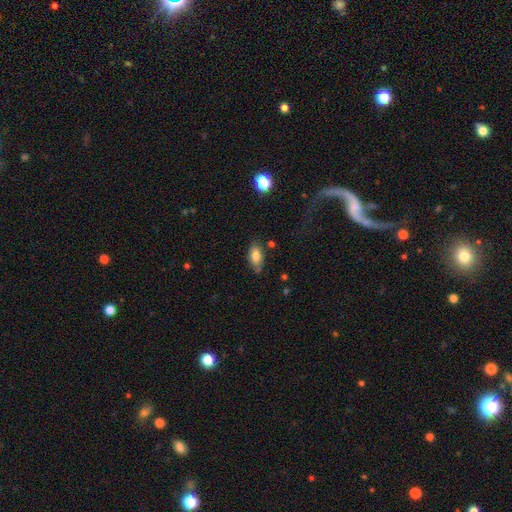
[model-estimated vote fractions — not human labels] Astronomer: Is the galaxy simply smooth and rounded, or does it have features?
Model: smooth — 78%.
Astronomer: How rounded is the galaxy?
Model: in between — 88%.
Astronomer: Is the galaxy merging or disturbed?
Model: none — 67%.